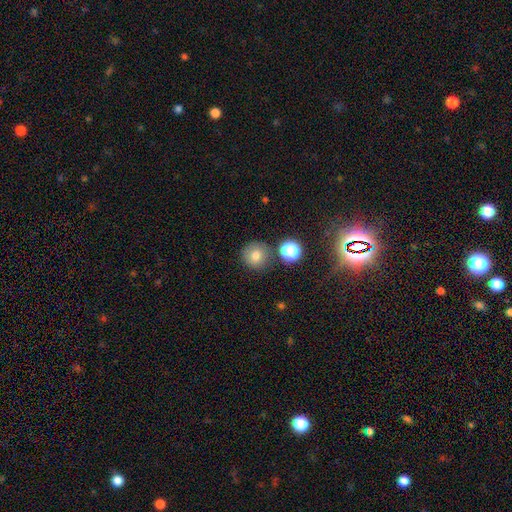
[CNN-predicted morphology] A smooth galaxy with no disk features (76%) that is round (94%).

Vote fractions:
- Smooth or featured? smooth: 76% / star or artifact: 14% / featured or disk: 10%
- How rounded? round: 94% / in between: 5% / cigar-shaped: 1%
- Merging? none: 81% / minor disturbance: 9% / merger: 7% / major disturbance: 3%